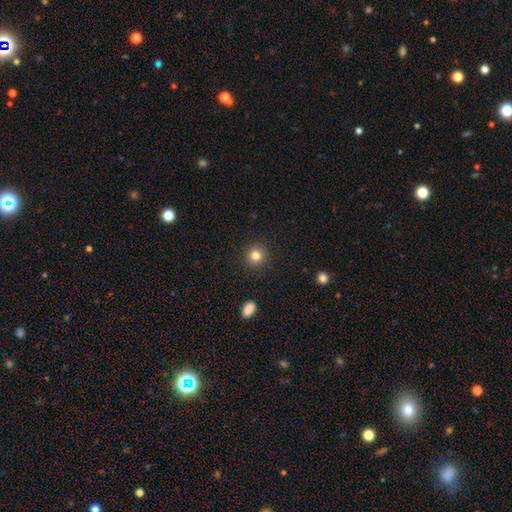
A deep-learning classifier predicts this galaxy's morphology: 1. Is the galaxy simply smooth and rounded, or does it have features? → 82% smooth, 12% star or artifact, 6% featured or disk.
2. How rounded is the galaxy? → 91% round, 8% in between, 1% cigar-shaped.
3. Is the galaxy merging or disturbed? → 90% none, 6% minor disturbance, 2% major disturbance, 1% merger.